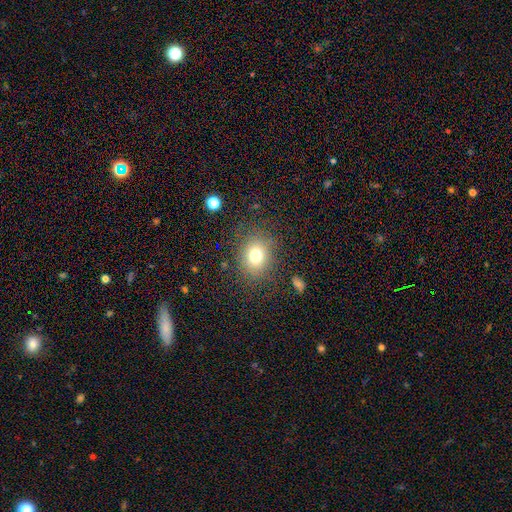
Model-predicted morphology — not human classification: This appears to be a smooth galaxy with no disk features (75%) that is round (55%). Merging: none (80%).